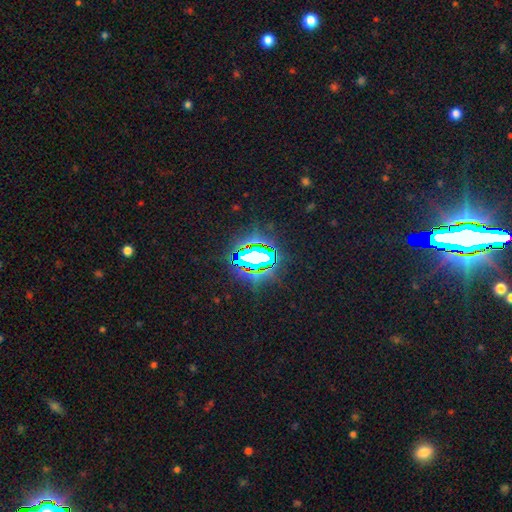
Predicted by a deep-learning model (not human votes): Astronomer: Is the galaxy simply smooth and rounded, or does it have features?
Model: star or artifact — 73%.